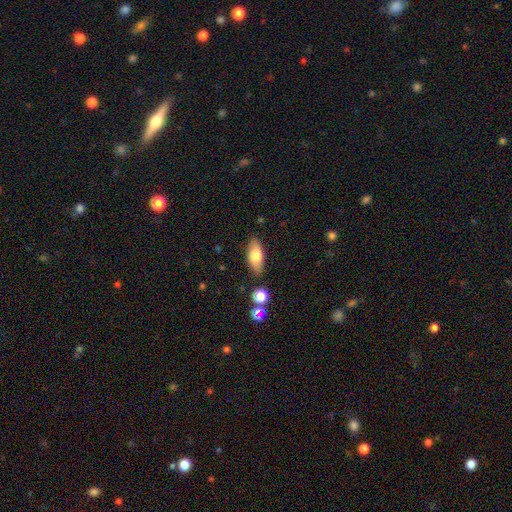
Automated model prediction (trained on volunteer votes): Smooth or featured: smooth — 77% (featured or disk — 16%)
How rounded: in between — 83% (cigar-shaped — 14%)
Merging: none — 84% (minor disturbance — 10%)